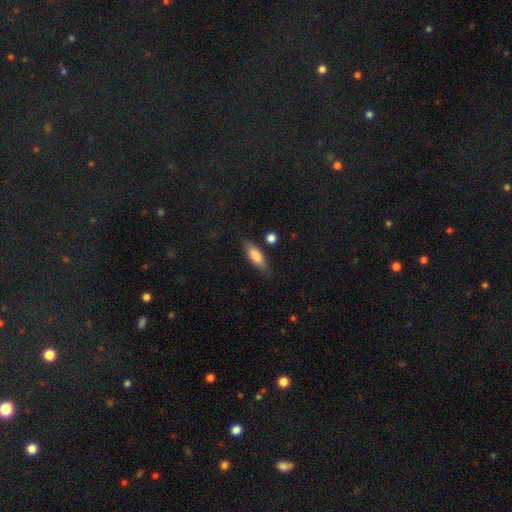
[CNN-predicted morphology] A smooth galaxy with no disk features (78%) that is in between round and cigar-shaped (57%). Merging: none (79%).